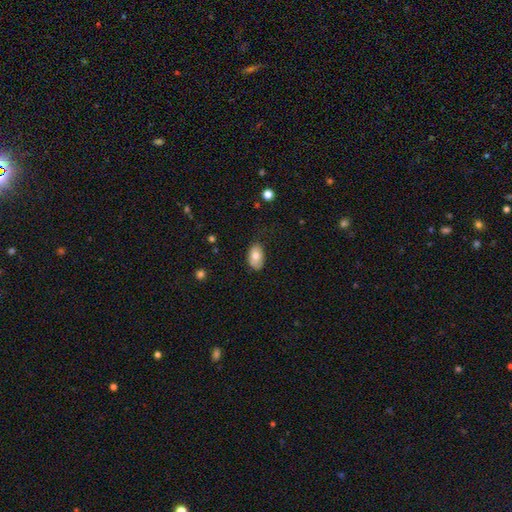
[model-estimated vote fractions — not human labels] smooth_or_featured: smooth (p=0.74) [alt: featured or disk p=0.19]
how_rounded: in between (p=0.92) [alt: round p=0.07]
merging: none (p=0.73) [alt: minor disturbance p=0.21]